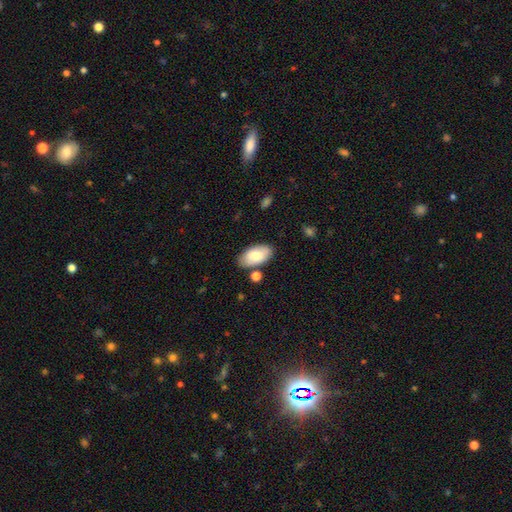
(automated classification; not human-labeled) Smooth or featured: smooth — 75% (featured or disk — 18%)
How rounded: in between — 95% (round — 3%)
Merging: none — 78% (minor disturbance — 13%)